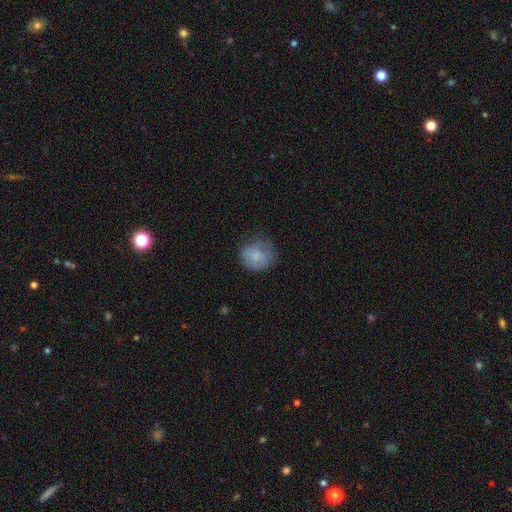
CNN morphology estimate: This is likely a smooth galaxy (76%). How rounded: likely round (77%). Merging: possibly none (60%).